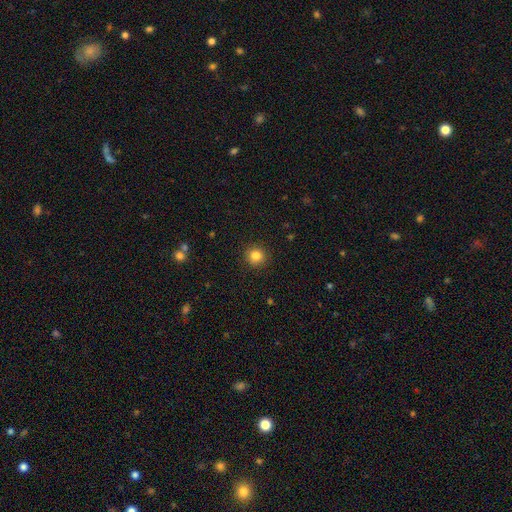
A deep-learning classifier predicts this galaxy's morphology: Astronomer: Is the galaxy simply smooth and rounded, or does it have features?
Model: smooth — 83%.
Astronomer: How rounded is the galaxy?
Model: round — 93%.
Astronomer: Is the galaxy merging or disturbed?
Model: none — 91%.